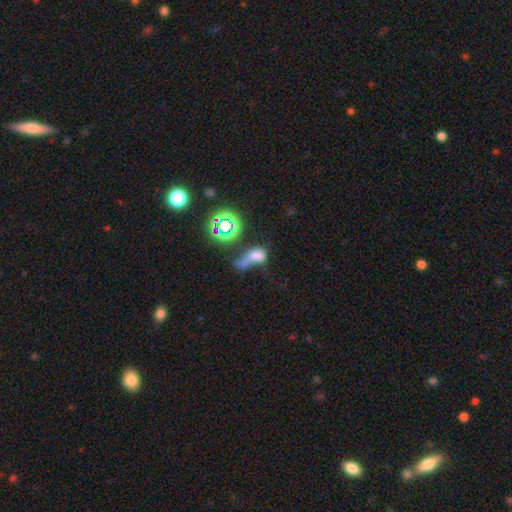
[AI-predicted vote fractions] Smooth or featured? smooth (51%)
How rounded? in between (68%)
Merging? merger (38%)